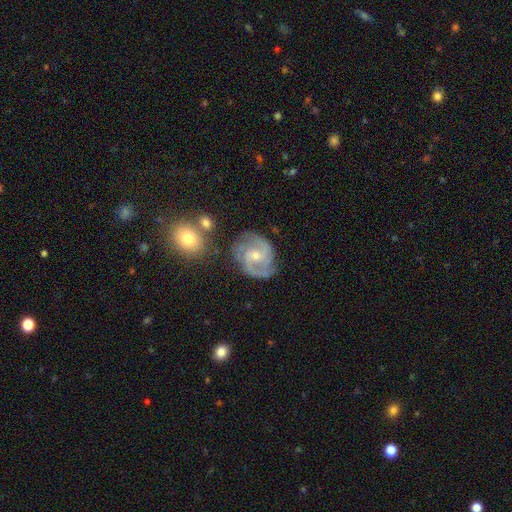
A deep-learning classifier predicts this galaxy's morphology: Q: Smooth or featured?
A: featured or disk (87%); runner-up: smooth (8%)
Q: Edge-on disk?
A: no (98%); runner-up: yes (2%)
Q: Bar?
A: no (46%); runner-up: weak (45%)
Q: Spiral arms?
A: yes (97%); runner-up: no (3%)
Q: Spiral winding?
A: medium (55%); runner-up: tight (32%)
Q: Spiral arm count?
A: 2 (72%); runner-up: 3 (15%)
Q: Bulge size?
A: small (53%); runner-up: moderate (43%)
Q: Merging?
A: none (69%); runner-up: minor disturbance (19%)